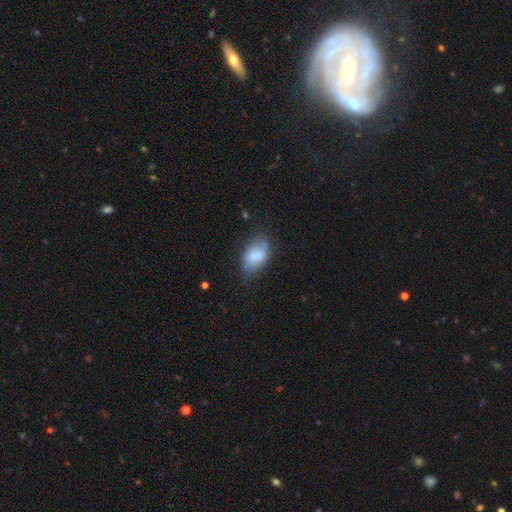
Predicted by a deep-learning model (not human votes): This appears to be a smooth galaxy with no disk features (75%) that is in between round and cigar-shaped (87%). Merging: none (48%).